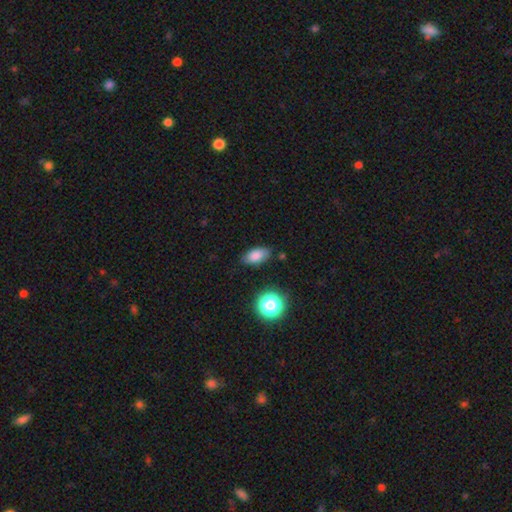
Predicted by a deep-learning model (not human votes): Smooth or featured? Predicted: smooth (p=0.80). How rounded? Predicted: in between (p=0.88). Merging? Predicted: none (p=0.81).